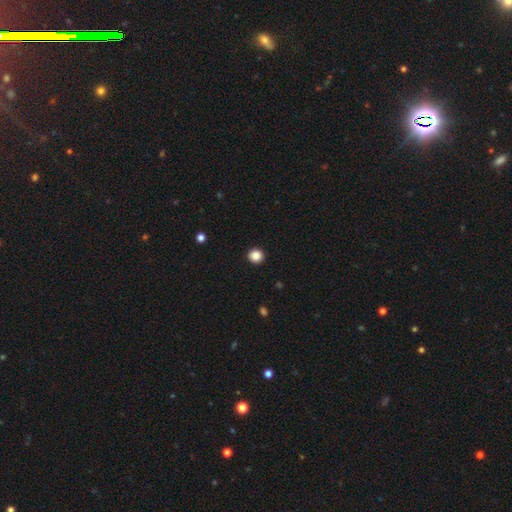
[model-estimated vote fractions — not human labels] Smooth or featured? smooth (87%)
How rounded? round (93%)
Merging? none (93%)